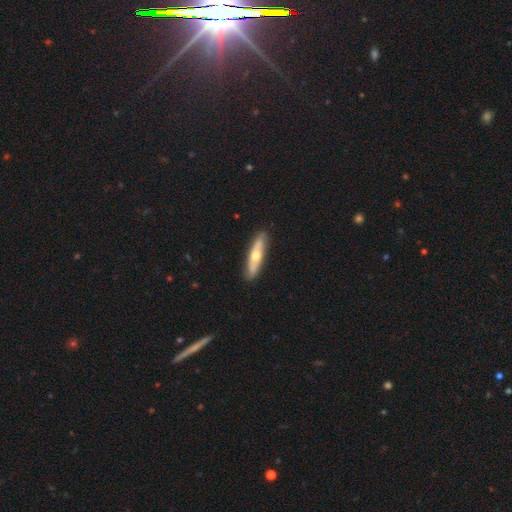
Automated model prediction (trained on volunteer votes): Overall: featured or disk (49%; smooth 46%). Merging: none (87%).